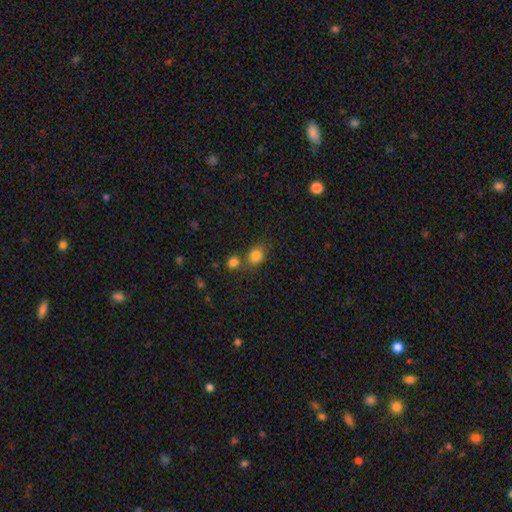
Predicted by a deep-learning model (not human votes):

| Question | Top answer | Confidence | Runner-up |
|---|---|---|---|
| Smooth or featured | smooth | 82% | star or artifact (11%) |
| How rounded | round | 56% | in between (42%) |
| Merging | none | 60% | merger (24%) |